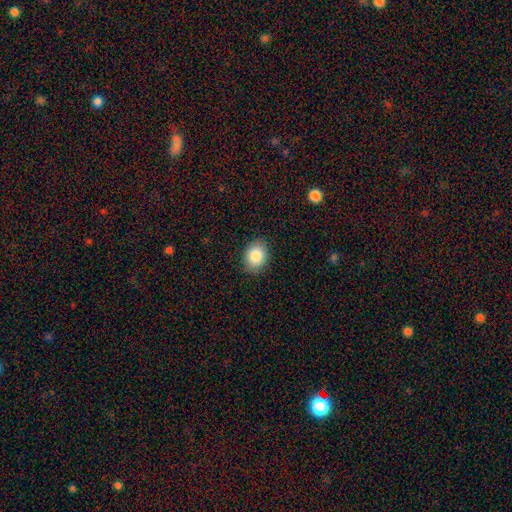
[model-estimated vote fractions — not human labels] The model was most divided on "how rounded": in between: 62%, round: 37%, cigar-shaped: 1%. More confident: merging — none (88%); smooth or featured — smooth (86%).